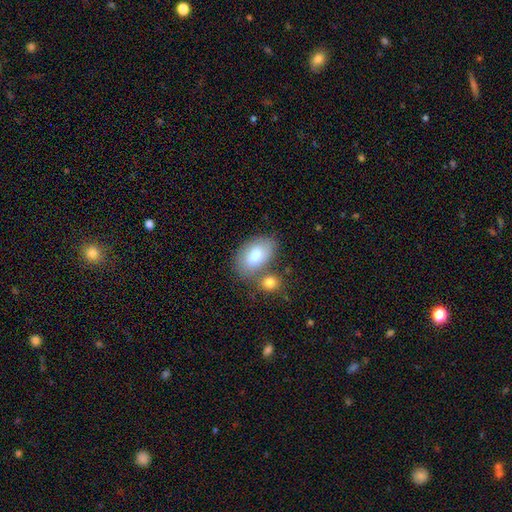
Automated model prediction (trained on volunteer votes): smooth-or-featured: smooth: 78% | featured or disk: 16% | star or artifact: 6%
  how-rounded: in between: 92% | round: 6% | cigar-shaped: 2%
  merging: none: 54% | merger: 25% | minor disturbance: 16% | major disturbance: 5%